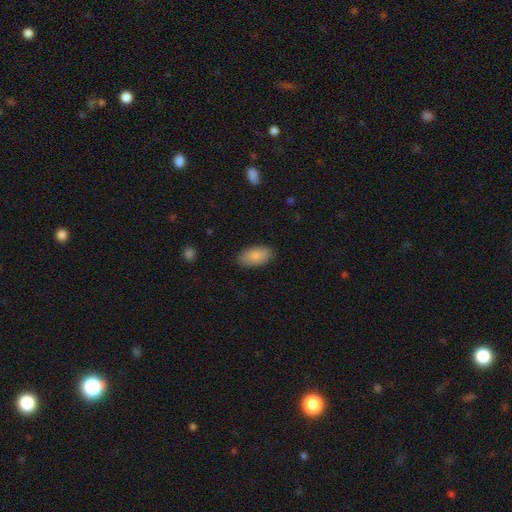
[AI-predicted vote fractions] A smooth galaxy with no disk features (87%) that is in between round and cigar-shaped (94%).

Vote fractions:
- Smooth or featured? smooth: 87% / featured or disk: 7% / star or artifact: 6%
- How rounded? in between: 94% / round: 3% / cigar-shaped: 3%
- Merging? none: 85% / minor disturbance: 11% / major disturbance: 3% / merger: 1%